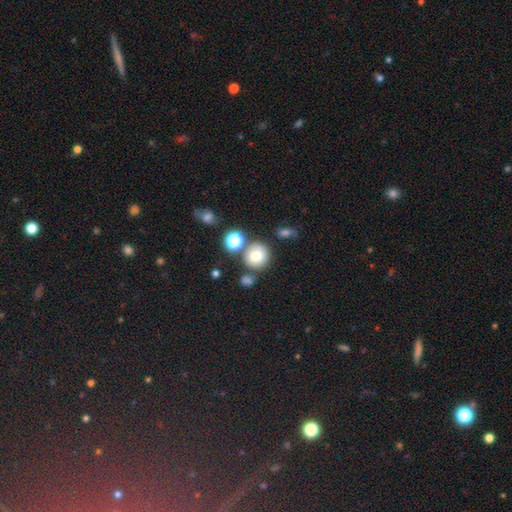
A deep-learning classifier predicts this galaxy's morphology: Smooth or featured?
  - smooth: 72% *
  - star or artifact: 15%
  - featured or disk: 13%
How rounded?
  - round: 89% *
  - in between: 10%
  - cigar-shaped: 1%
Merging?
  - none: 70% *
  - merger: 14%
  - minor disturbance: 11%
  - major disturbance: 4%